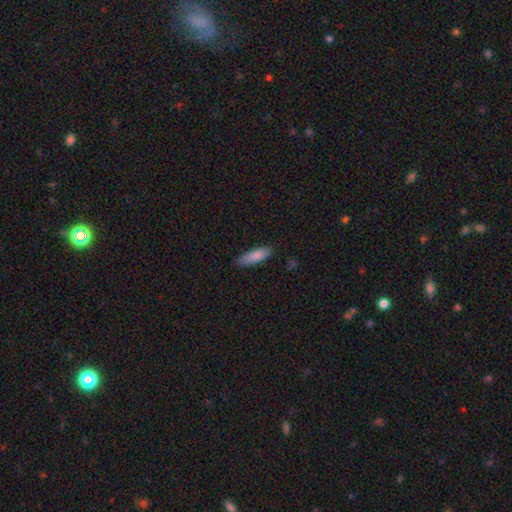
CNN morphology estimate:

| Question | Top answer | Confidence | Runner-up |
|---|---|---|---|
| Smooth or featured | smooth | 84% | featured or disk (10%) |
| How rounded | in between | 49% | tied: cigar-shaped (49%) |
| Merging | none | 85% | minor disturbance (12%) |